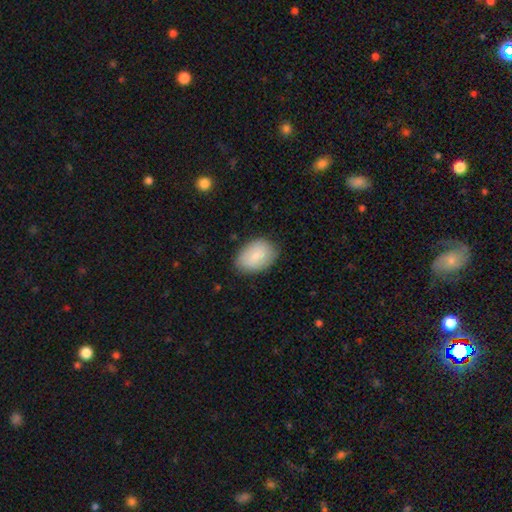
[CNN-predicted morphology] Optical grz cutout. It shows a smooth galaxy with no disk features (81%) that is in between round and cigar-shaped (86%). Merging: none (80%).